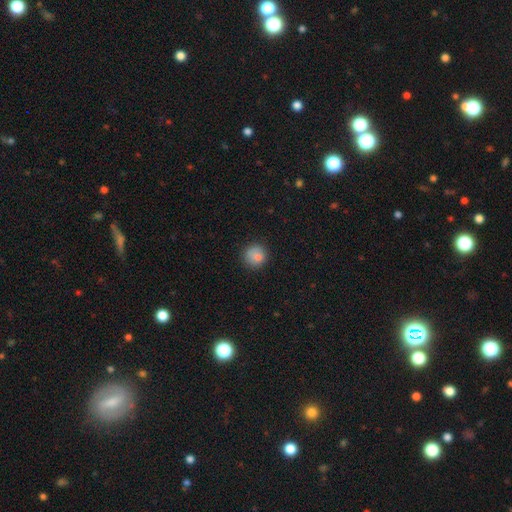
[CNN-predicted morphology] A smooth galaxy with no disk features (81%) that is round (91%).

Vote fractions:
- Smooth or featured? smooth: 81% / star or artifact: 11% / featured or disk: 8%
- How rounded? round: 91% / in between: 8% / cigar-shaped: 1%
- Merging? none: 82% / minor disturbance: 12% / major disturbance: 3% / merger: 2%